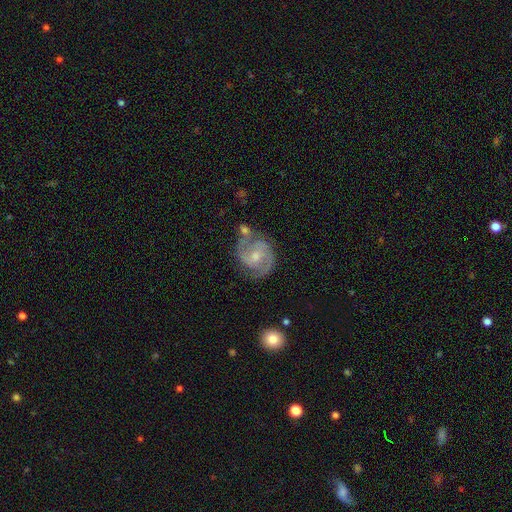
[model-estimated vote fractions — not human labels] Smooth or featured? featured or disk (84%)
Edge-on disk? no (98%)
Bar? no (46%)
Spiral arms? yes (96%)
Spiral winding? medium (54%)
Spiral arm count? 2 (84%)
Bulge size? moderate (47%)
Merging? none (62%)